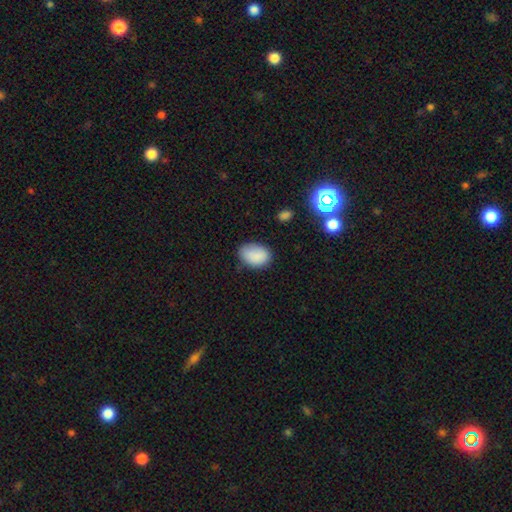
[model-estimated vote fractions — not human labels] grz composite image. It shows a smooth galaxy with no disk features (87%) that is in between round and cigar-shaped (84%). Merging: none (77%).